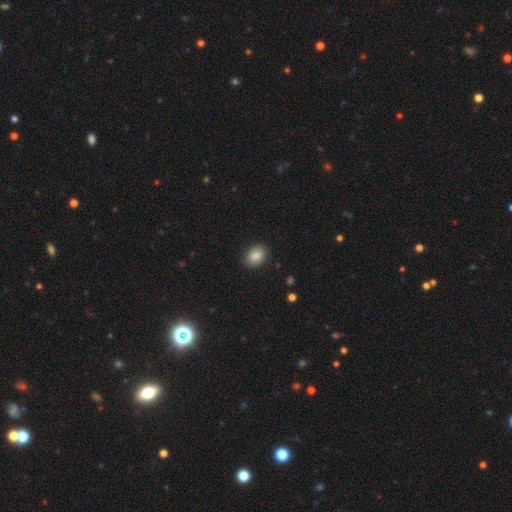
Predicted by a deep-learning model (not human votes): Overall: smooth (84%). How rounded: in between (75%). Merging: none (87%).